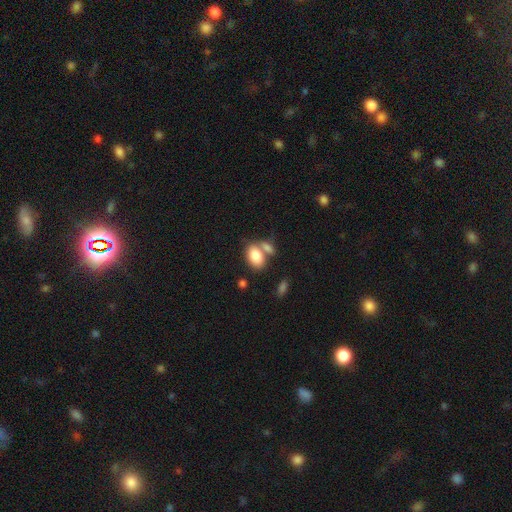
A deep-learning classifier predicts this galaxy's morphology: A smooth galaxy with no disk features (83%) that is in between round and cigar-shaped (88%). Merging: none (44%).